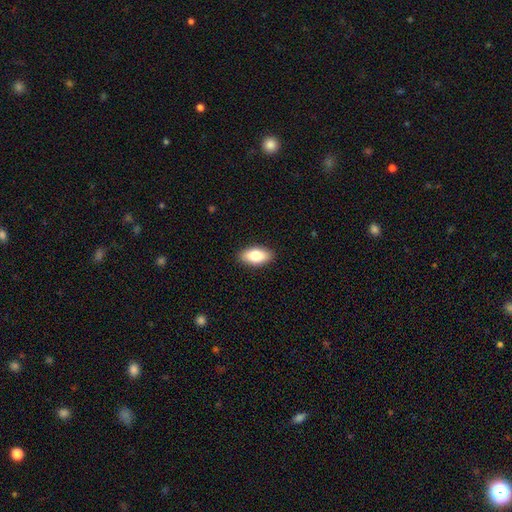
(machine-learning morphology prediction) A smooth galaxy with no disk features (79%) that is in between round and cigar-shaped (90%). Merging: none (89%).